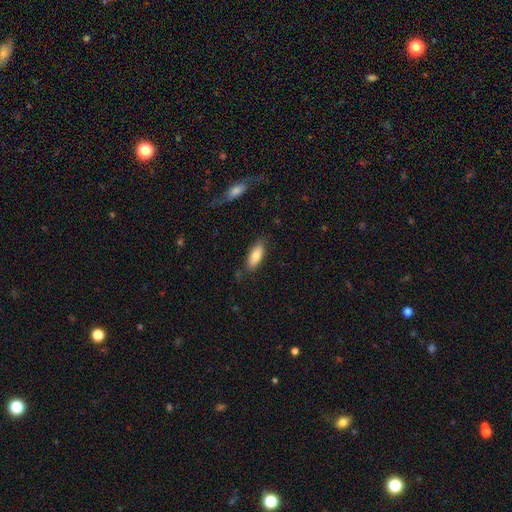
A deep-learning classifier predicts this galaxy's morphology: Overall: smooth (82%). How rounded: in between (77%). Merging: none (76%).